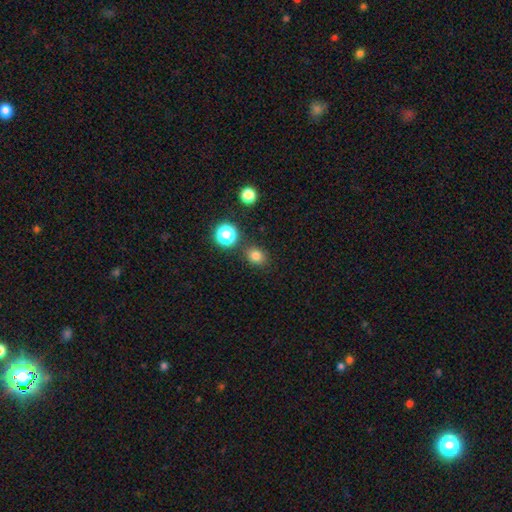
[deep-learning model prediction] The model was most divided on "how rounded": round: 59%, in between: 40%, cigar-shaped: 1%. More confident: merging — none (83%); smooth or featured — smooth (78%).